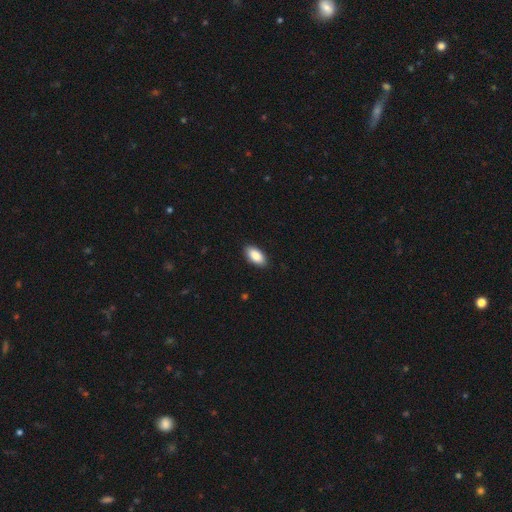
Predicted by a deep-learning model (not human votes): Morphology: type=smooth (89%); roundness=in between (94%); merging=none (89%).